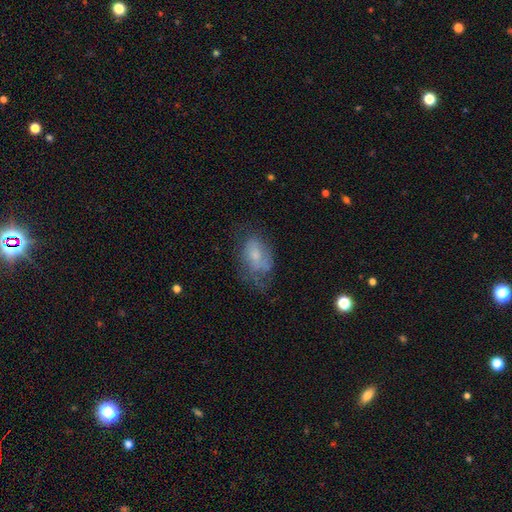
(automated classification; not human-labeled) Morphology: type=smooth (54%); roundness=in between (87%); merging=none (40%).